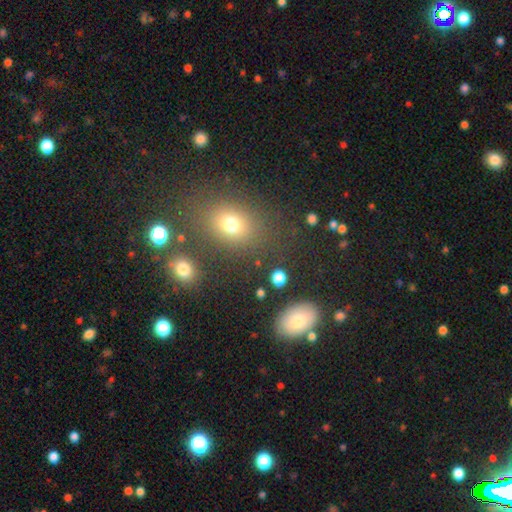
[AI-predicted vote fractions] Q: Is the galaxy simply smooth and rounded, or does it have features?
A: smooth — 60%.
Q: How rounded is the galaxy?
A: in between — 63%.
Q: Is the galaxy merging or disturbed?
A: none — 80%.